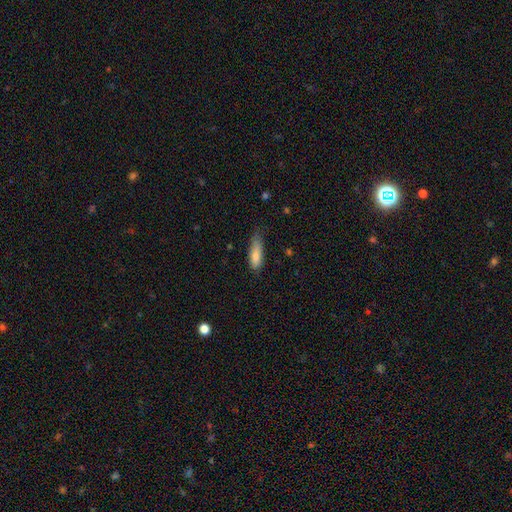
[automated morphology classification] A smooth galaxy with no disk features (82%) that is in between round and cigar-shaped (57%). Merging: none (51%).